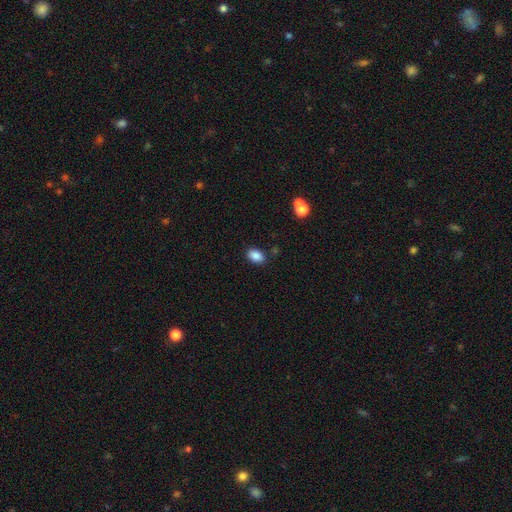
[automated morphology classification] This is clearly a smooth galaxy (87%). How rounded: clearly in between (83%). Merging: clearly none (84%).